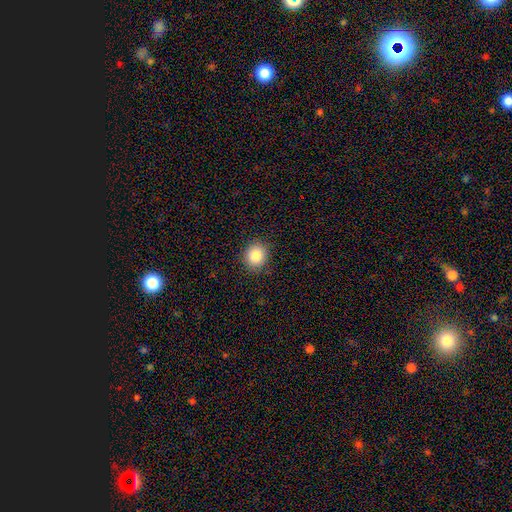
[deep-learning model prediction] The model was most divided on "how rounded": round: 82%, in between: 17%, cigar-shaped: 1%. More confident: merging — none (89%); smooth or featured — smooth (85%).